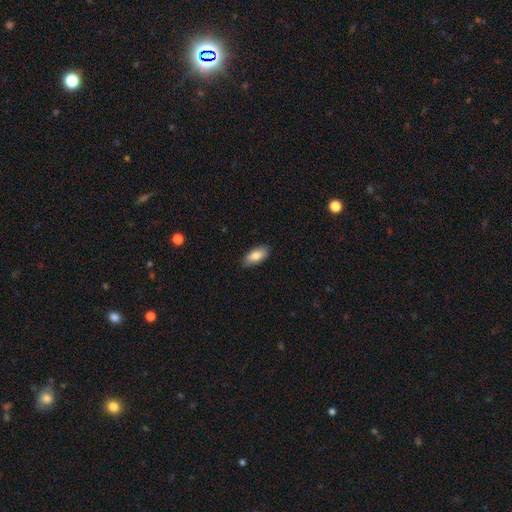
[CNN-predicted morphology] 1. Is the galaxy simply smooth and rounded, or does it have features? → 82% smooth, 12% featured or disk, 6% star or artifact.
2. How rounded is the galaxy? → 87% in between, 11% cigar-shaped, 2% round.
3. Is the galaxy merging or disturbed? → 87% none, 10% minor disturbance, 2% major disturbance, 1% merger.